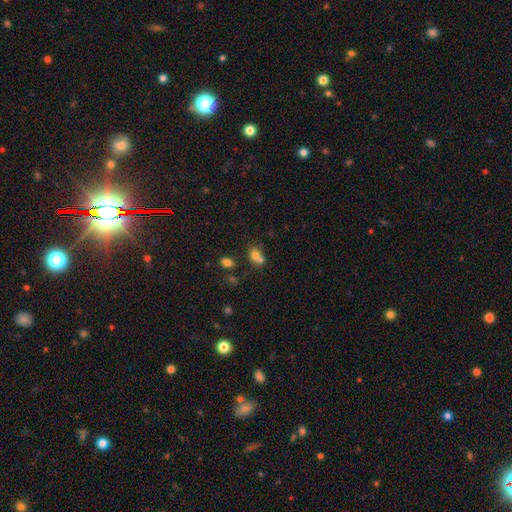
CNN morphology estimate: A smooth galaxy with no disk features (72%) that is in between round and cigar-shaped (57%). Merging: merger (52%).